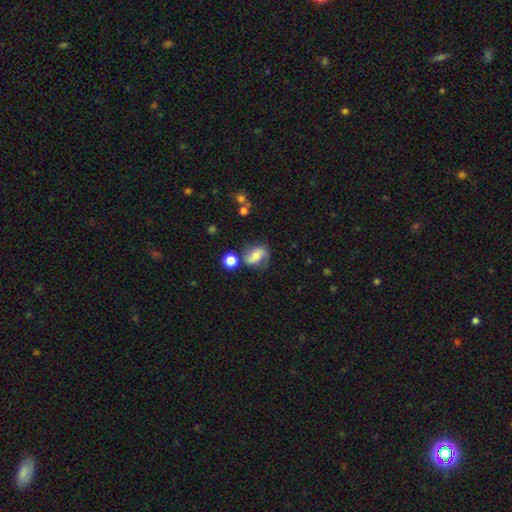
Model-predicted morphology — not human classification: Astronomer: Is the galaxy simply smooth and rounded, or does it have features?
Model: featured or disk — 61%.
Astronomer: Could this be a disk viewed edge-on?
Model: no — 96%.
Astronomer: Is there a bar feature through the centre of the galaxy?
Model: no — 38% (runner-up: weak, 36%).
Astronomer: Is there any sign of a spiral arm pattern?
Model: yes — 87%.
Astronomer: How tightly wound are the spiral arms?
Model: loose — 41% (runner-up: medium, 40%).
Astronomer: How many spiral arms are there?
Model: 2 — 80%.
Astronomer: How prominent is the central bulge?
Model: moderate — 61%.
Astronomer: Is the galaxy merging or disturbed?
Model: none — 60%.